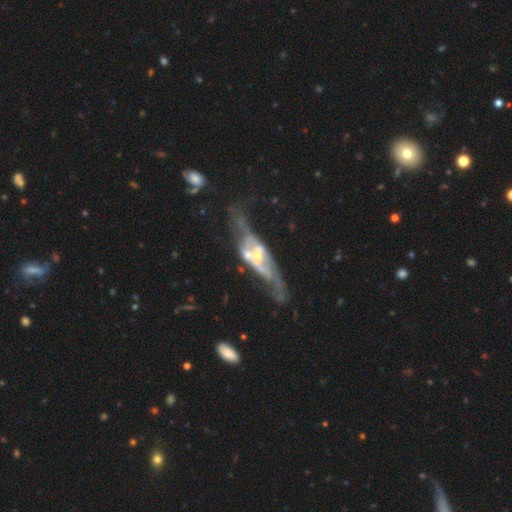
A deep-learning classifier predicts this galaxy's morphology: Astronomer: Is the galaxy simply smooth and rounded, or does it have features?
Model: featured or disk — 78%.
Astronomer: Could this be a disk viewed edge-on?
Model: no — 83%.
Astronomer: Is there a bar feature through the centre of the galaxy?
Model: no — 45% (runner-up: weak, 33%).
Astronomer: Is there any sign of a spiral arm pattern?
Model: yes — 61% (runner-up: no, 39%).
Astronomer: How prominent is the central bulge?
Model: small — 42% (runner-up: moderate, 40%).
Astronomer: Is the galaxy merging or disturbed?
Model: major disturbance — 29% (runner-up: merger, 28%).